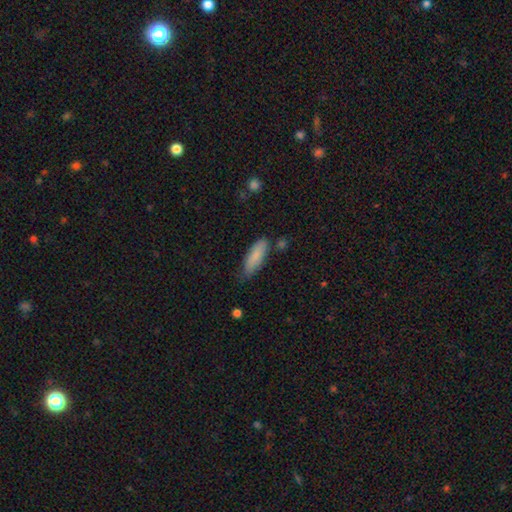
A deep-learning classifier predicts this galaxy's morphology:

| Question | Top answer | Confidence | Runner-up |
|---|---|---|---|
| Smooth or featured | smooth | 84% | featured or disk (9%) |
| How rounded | in between | 52% | cigar-shaped (47%) |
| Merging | none | 70% | minor disturbance (22%) |